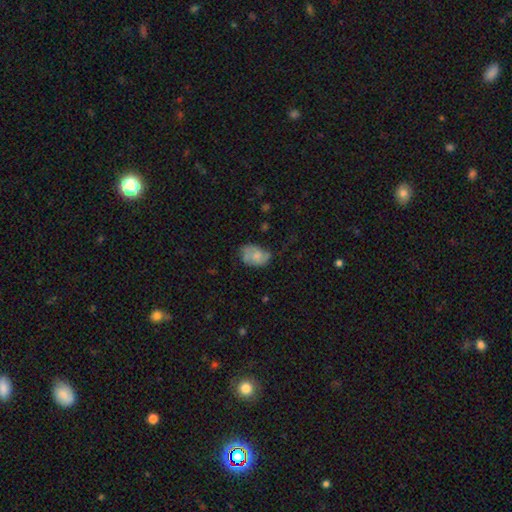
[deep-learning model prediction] smooth_or_featured: smooth (p=0.62) [alt: featured or disk p=0.30]
how_rounded: in between (p=0.80) [alt: round p=0.19]
merging: none (p=0.50) [alt: minor disturbance p=0.33]